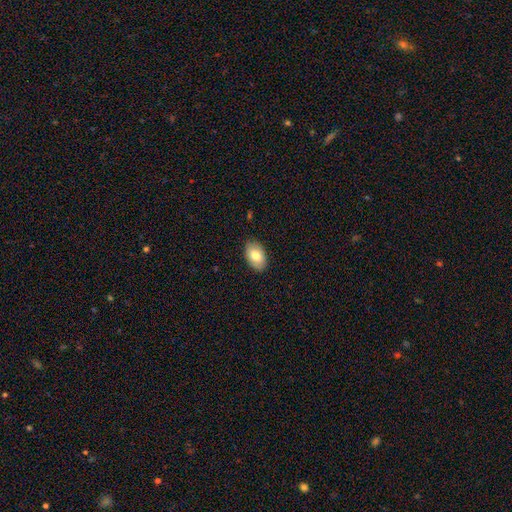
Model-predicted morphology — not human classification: This appears to be a smooth galaxy with no disk features (77%) that is in between round and cigar-shaped (91%). Merging: none (87%).